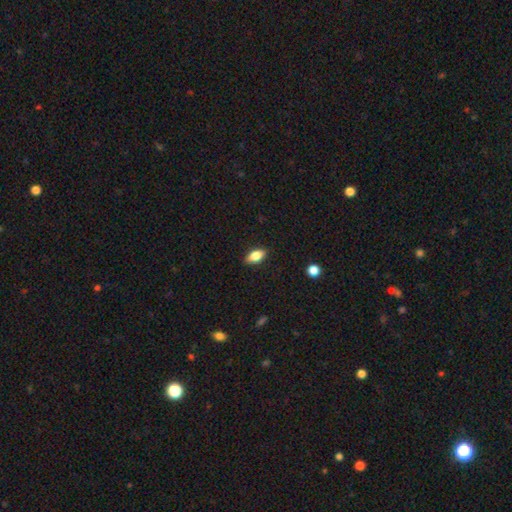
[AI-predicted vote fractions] This appears to be a smooth galaxy with no disk features (77%) that is in between round and cigar-shaped (87%). Merging: none (87%).